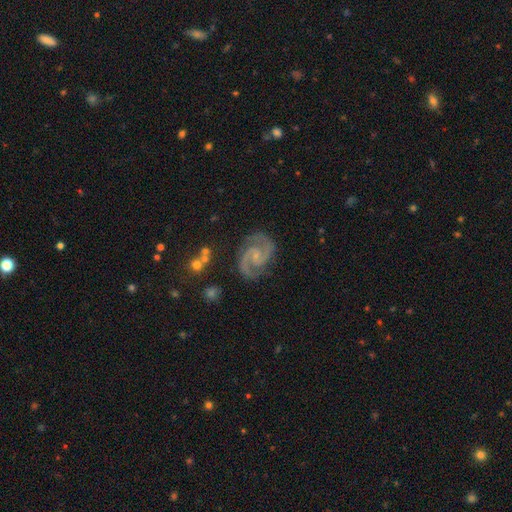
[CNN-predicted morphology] Smooth or featured? Predicted: featured or disk (p=0.93). Edge-on disk? Predicted: no (p=0.98). Bar? Predicted: no (p=0.52). Spiral arms? Predicted: yes (p=0.99). Spiral winding? Predicted: medium (p=0.61). Spiral arm count? Predicted: 2 (p=0.94). Bulge size? Predicted: small (p=0.68). Merging? Predicted: none (p=0.83).